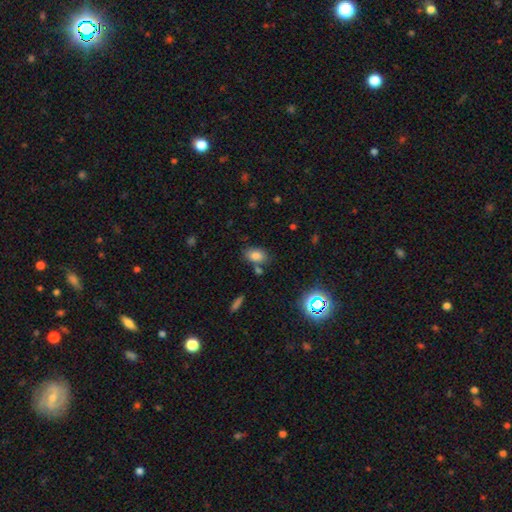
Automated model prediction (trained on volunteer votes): smooth 80%, star or artifact 12%, featured or disk 8%. Down the decision tree: how rounded — in between (83%); merging — none (69%).